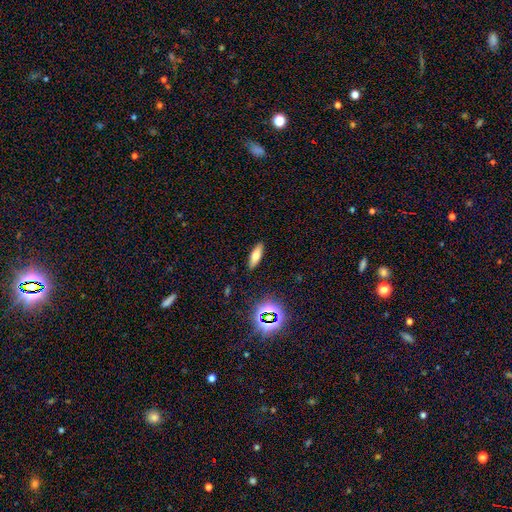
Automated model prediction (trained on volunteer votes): smooth 66%, featured or disk 21%, star or artifact 14%. Down the decision tree: how rounded — in between (57%); merging — none (89%).